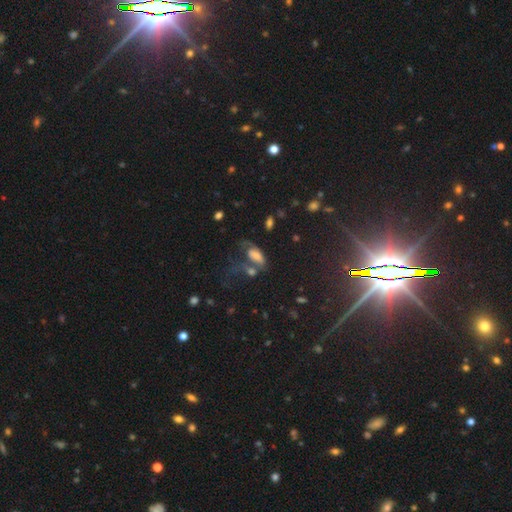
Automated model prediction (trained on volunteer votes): A smooth galaxy with no disk features (59%) that is in between round and cigar-shaped (86%).

Vote fractions:
- Smooth or featured? smooth: 59% / featured or disk: 27% / star or artifact: 14%
- How rounded? in between: 86% / cigar-shaped: 9% / round: 5%
- Merging? major disturbance: 29% / none: 27% / merger: 26% / minor disturbance: 19%